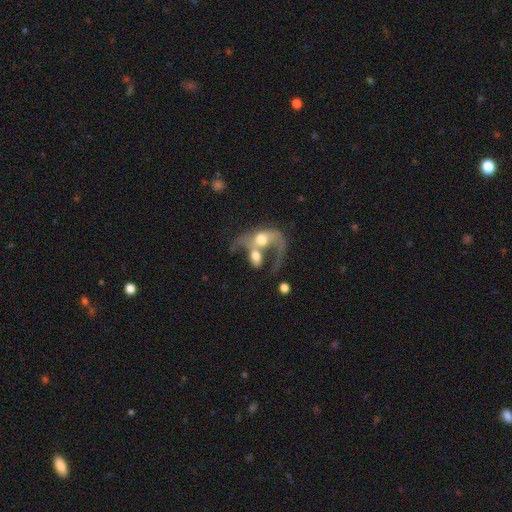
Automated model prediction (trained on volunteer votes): This appears to be a featured or disk galaxy (53%). Merging: merger (75%).